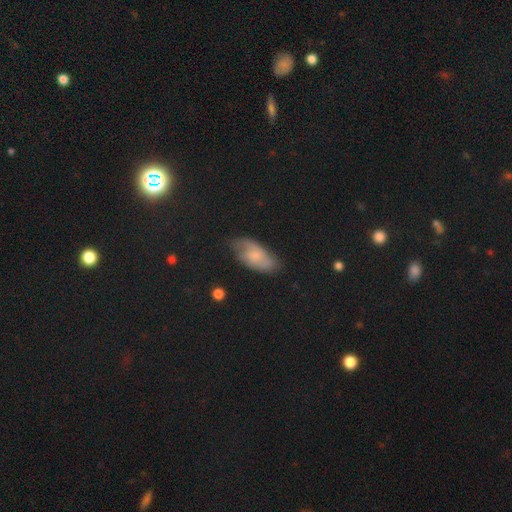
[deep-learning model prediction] Smooth or featured?
  - smooth: 46% *
  - featured or disk: 44%
  - star or artifact: 10%
Merging?
  - none: 65% *
  - minor disturbance: 25%
  - major disturbance: 8%
  - merger: 2%